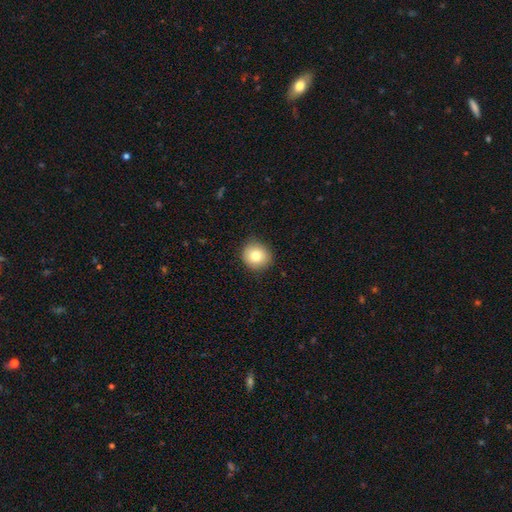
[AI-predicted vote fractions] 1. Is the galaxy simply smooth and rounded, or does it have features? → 82% smooth, 9% featured or disk, 9% star or artifact.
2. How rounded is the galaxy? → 85% round, 14% in between, 1% cigar-shaped.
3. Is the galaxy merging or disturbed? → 86% none, 10% minor disturbance, 2% major disturbance, 1% merger.